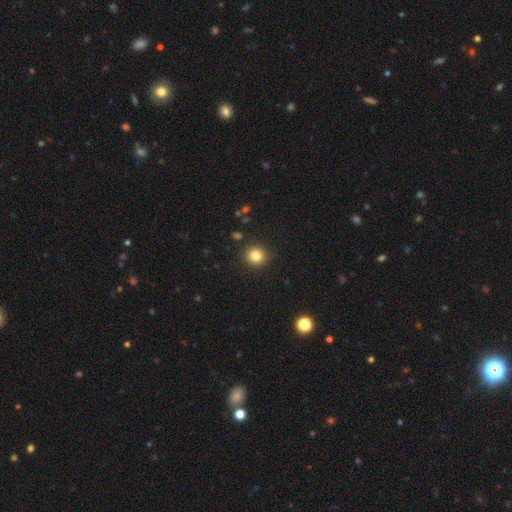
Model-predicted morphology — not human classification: Smooth or featured: smooth — 82% (star or artifact — 12%)
How rounded: round — 92% (in between — 7%)
Merging: none — 91% (minor disturbance — 6%)